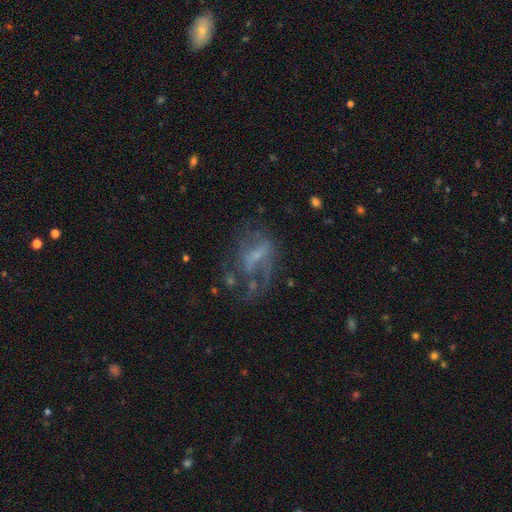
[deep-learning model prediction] A featured or disk galaxy (64%) with no bar (43%), spiral arms (56%) and a small central bulge (42%).

Vote fractions:
- Smooth or featured? featured or disk: 64% / smooth: 22% / star or artifact: 14%
- Edge-on disk? no: 95% / yes: 5%
- Bar? no: 43% / weak: 39% / strong: 18%
- Spiral arms? yes: 56% / no: 44%
- Bulge size? small: 42% / none: 35% / moderate: 19% / large: 3% / dominant: 1%
- Merging? major disturbance: 44% / none: 33% / minor disturbance: 17% / merger: 6%